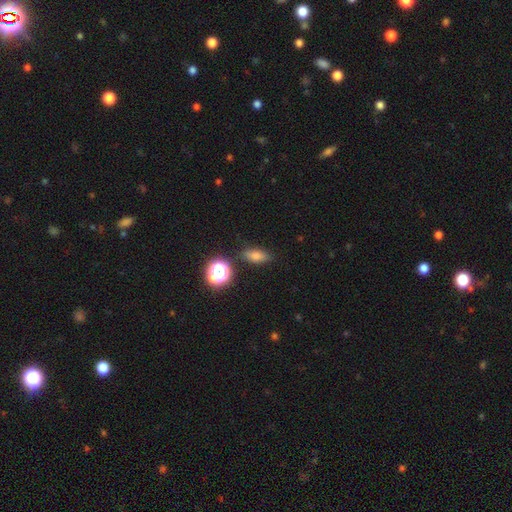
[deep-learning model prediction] smooth 69%, star or artifact 18%, featured or disk 13%. Down the decision tree: how rounded — in between (69%); merging — none (83%).